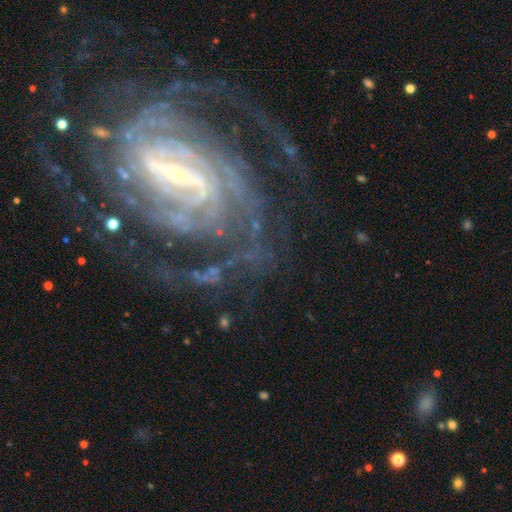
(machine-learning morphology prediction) This is clearly a featured or disk galaxy (90%). It is clearly not viewed edge-on (96%). Bar: likely strong (60%). Spiral arm pattern: clearly yes (97%). Spiral arm count: marginally 2 (30%). Spiral winding: possibly tight (58%). Central bulge: likely small (79%). Merging: likely none (61%).